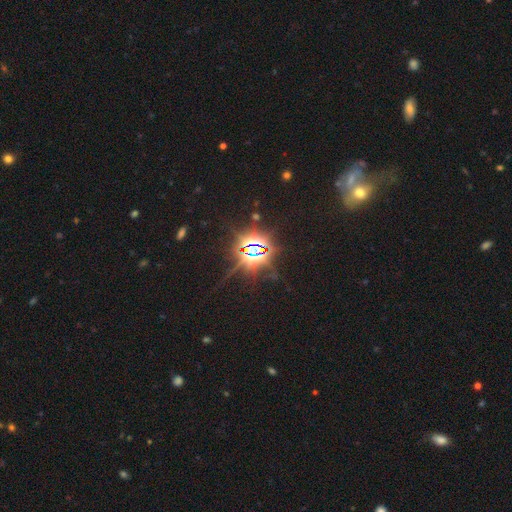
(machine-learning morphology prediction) Smooth or featured? star or artifact (85%)